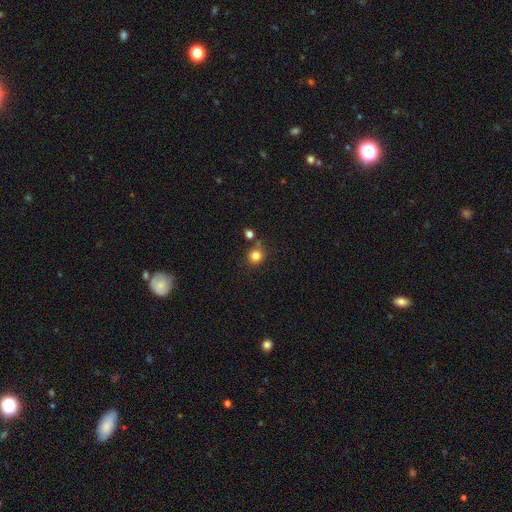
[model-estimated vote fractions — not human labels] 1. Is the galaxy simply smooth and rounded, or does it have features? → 82% smooth, 12% star or artifact, 5% featured or disk.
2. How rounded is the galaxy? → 88% round, 11% in between, 1% cigar-shaped.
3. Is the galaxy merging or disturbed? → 74% none, 12% merger, 11% minor disturbance, 3% major disturbance.